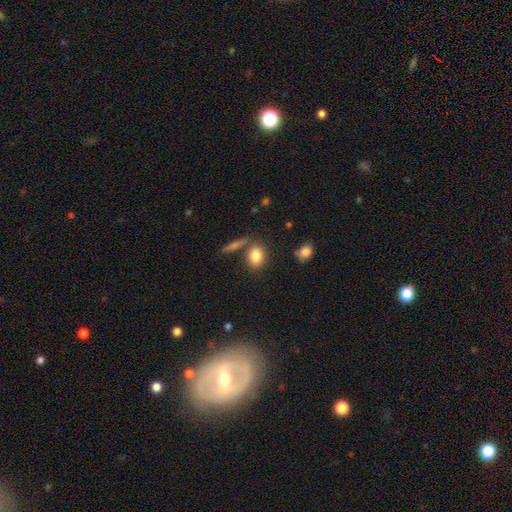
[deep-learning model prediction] Morphology: type=smooth (83%); roundness=in between (66%); merging=none (68%).